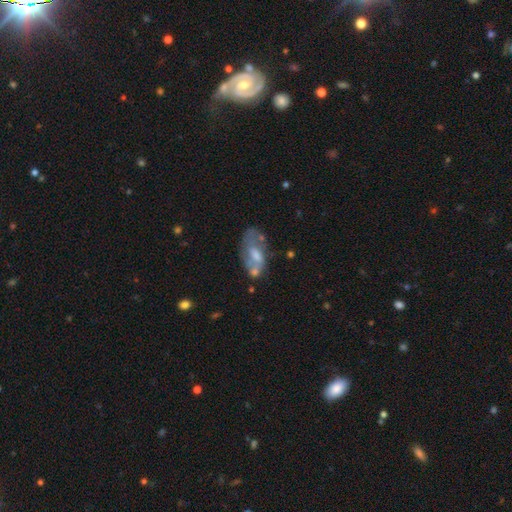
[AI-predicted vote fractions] Smooth or featured? featured or disk (49%)
Merging? none (36%)